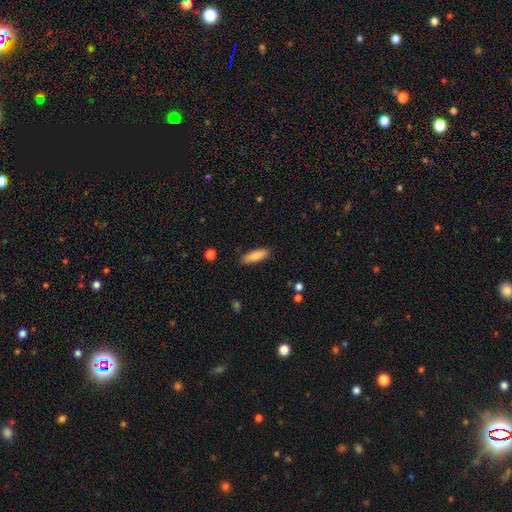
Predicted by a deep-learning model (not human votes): smooth 84%, featured or disk 10%, star or artifact 6%. Down the decision tree: how rounded — in between (53%); merging — none (87%).